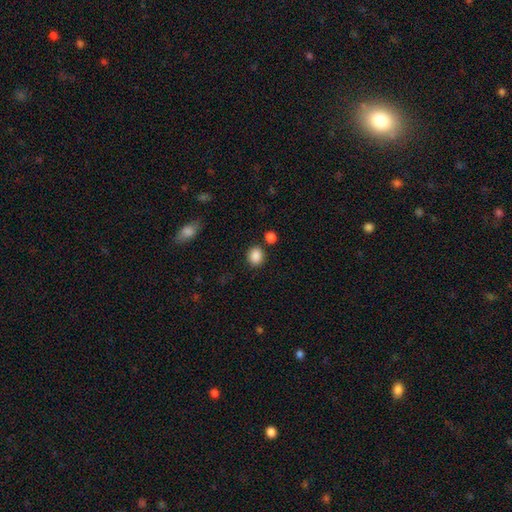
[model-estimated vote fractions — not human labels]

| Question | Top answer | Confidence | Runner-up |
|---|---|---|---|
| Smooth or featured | smooth | 88% | star or artifact (9%) |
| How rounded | round | 63% | in between (36%) |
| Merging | none | 81% | minor disturbance (10%) |